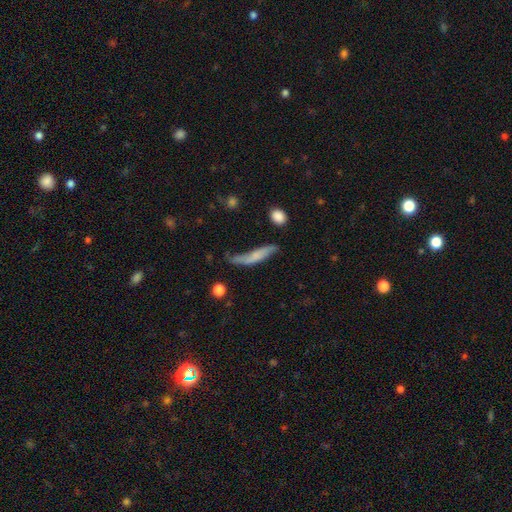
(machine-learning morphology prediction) Smooth or featured? smooth (53%)
How rounded? cigar-shaped (78%)
Merging? none (39%)